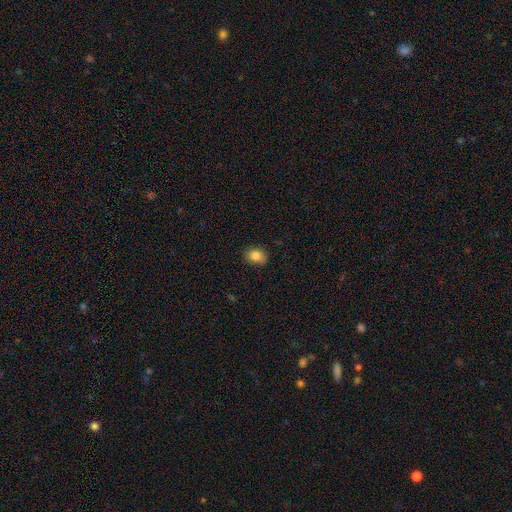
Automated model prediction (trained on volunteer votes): This is clearly a smooth galaxy (83%). How rounded: possibly in between (55%). Merging: likely none (75%).